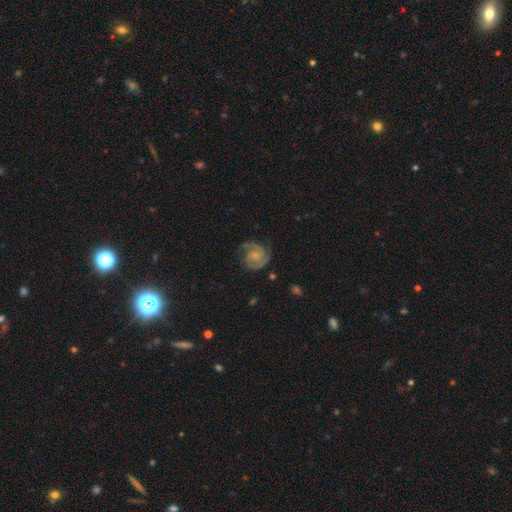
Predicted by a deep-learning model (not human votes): featured or disk 85%, smooth 10%, star or artifact 5%. Down the decision tree: edge-on disk — no (98%); bar — no (68%); spiral arms — yes (97%); spiral arm count — 2 (76%); spiral winding — tight (52%); bulge size — small (53%); merging — none (71%).